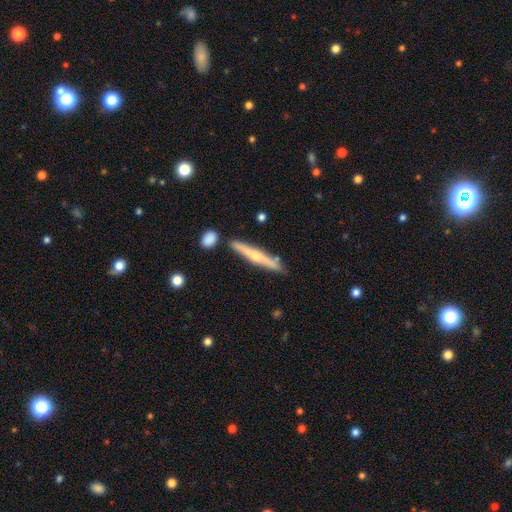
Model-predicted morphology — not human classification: Smooth or featured?
  - featured or disk: 62% *
  - smooth: 32%
  - star or artifact: 6%
Edge-on disk?
  - yes: 96% *
  - no: 4%
Edge-on bulge?
  - rounded: 84% *
  - none: 12%
  - boxy: 4%
Merging?
  - none: 83% *
  - minor disturbance: 10%
  - merger: 5%
  - major disturbance: 2%